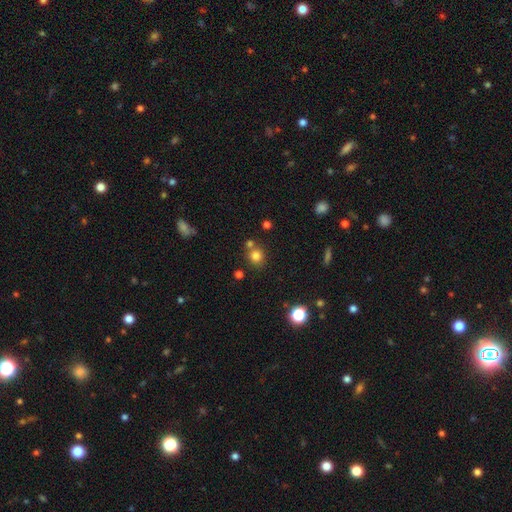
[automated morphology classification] Smooth or featured?
  - smooth: 78% *
  - star or artifact: 15%
  - featured or disk: 7%
How rounded?
  - round: 86% *
  - in between: 13%
  - cigar-shaped: 1%
Merging?
  - none: 68% *
  - merger: 20%
  - minor disturbance: 9%
  - major disturbance: 3%